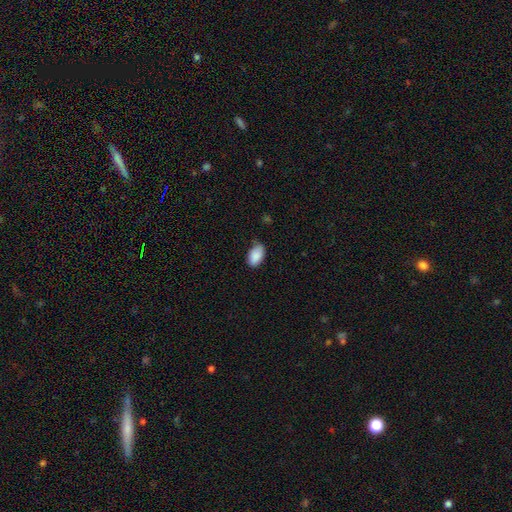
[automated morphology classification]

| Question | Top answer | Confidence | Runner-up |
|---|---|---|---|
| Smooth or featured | smooth | 89% | star or artifact (7%) |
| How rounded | in between | 93% | round (5%) |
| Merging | none | 69% | minor disturbance (26%) |